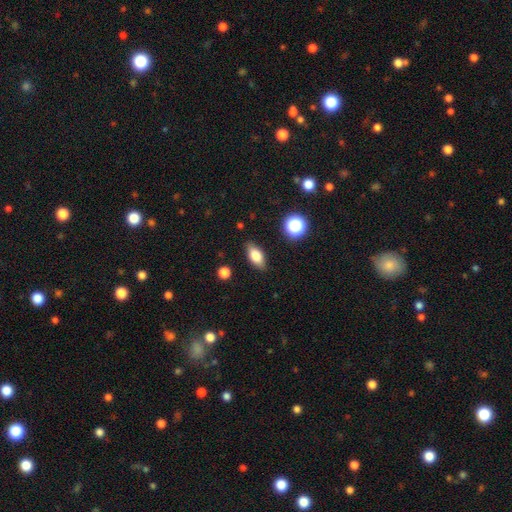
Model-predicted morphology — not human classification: Smooth or featured?
  - smooth: 77% *
  - featured or disk: 14%
  - star or artifact: 9%
How rounded?
  - in between: 83% *
  - cigar-shaped: 10%
  - round: 6%
Merging?
  - none: 85% *
  - minor disturbance: 11%
  - major disturbance: 3%
  - merger: 1%